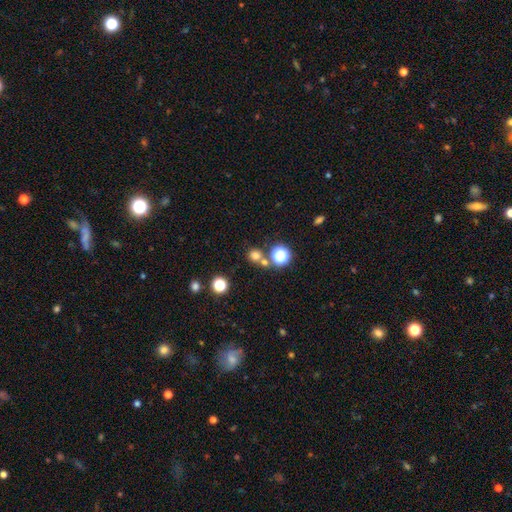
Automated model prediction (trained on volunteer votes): Smooth or featured? Predicted: smooth (p=0.70). How rounded? Predicted: round (p=0.88). Merging? Predicted: none (p=0.65).